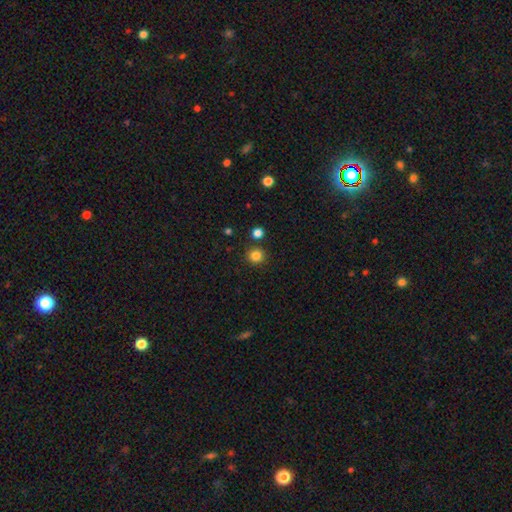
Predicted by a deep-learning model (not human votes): Morphology: type=smooth (84%); roundness=round (91%); merging=none (86%).